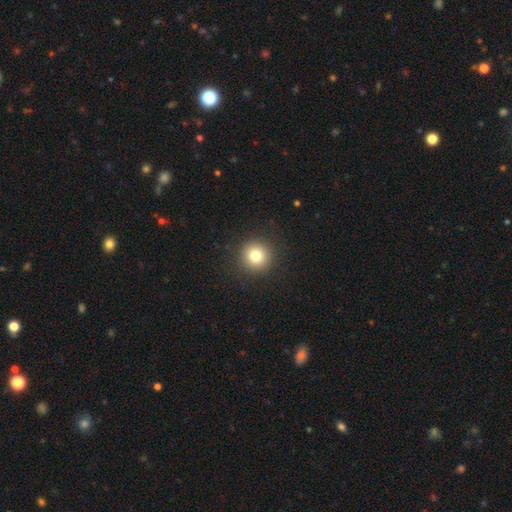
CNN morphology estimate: A smooth galaxy with no disk features (79%) that is round (95%). Merging: none (91%).